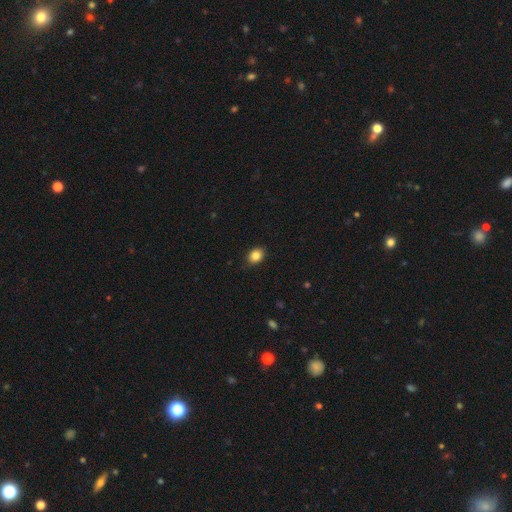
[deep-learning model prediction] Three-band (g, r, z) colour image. It shows a smooth galaxy with no disk features (85%) that is in between round and cigar-shaped (59%). Merging: none (89%).